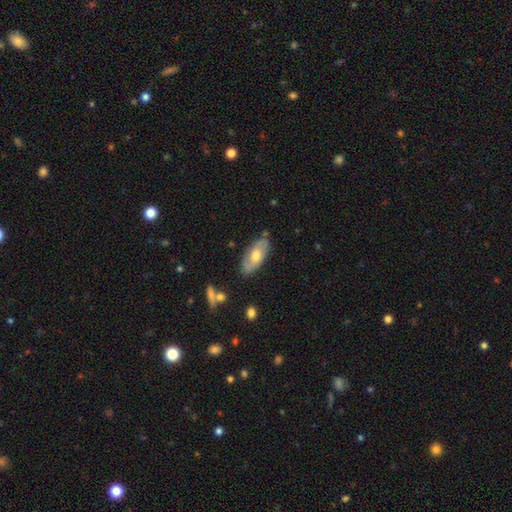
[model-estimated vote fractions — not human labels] The model was most divided on "smooth or featured": smooth: 49%, featured or disk: 45%, star or artifact: 6%. More confident: merging — none (81%).